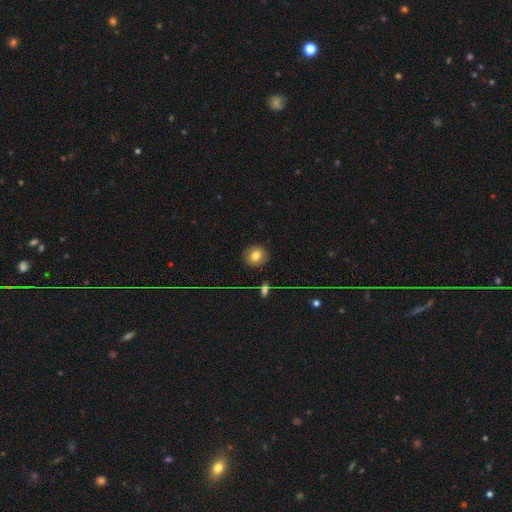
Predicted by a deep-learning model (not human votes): Smooth or featured? Predicted: smooth (p=0.77). How rounded? Predicted: round (p=0.84). Merging? Predicted: none (p=0.89).